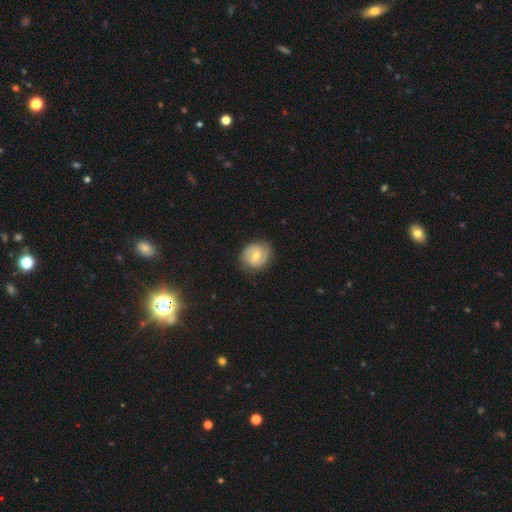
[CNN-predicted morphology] Q: Smooth or featured?
A: featured or disk (61%); runner-up: smooth (32%)
Q: Edge-on disk?
A: no (97%); runner-up: yes (3%)
Q: Bar?
A: no (46%); runner-up: weak (44%)
Q: Spiral arms?
A: yes (86%); runner-up: no (14%)
Q: Spiral winding?
A: tight (44%); runner-up: medium (41%)
Q: Spiral arm count?
A: 2 (79%); runner-up: can't tell (12%)
Q: Bulge size?
A: moderate (58%); runner-up: small (38%)
Q: Merging?
A: none (78%); runner-up: minor disturbance (16%)